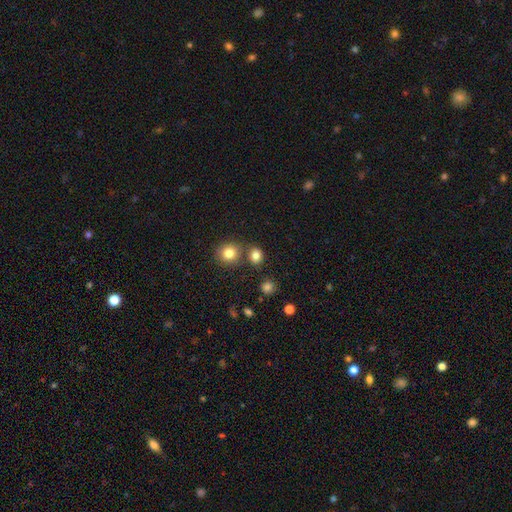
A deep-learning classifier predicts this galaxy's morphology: Overall: smooth (82%). How rounded: round (68%; in between 31%). Merging: none (70%).